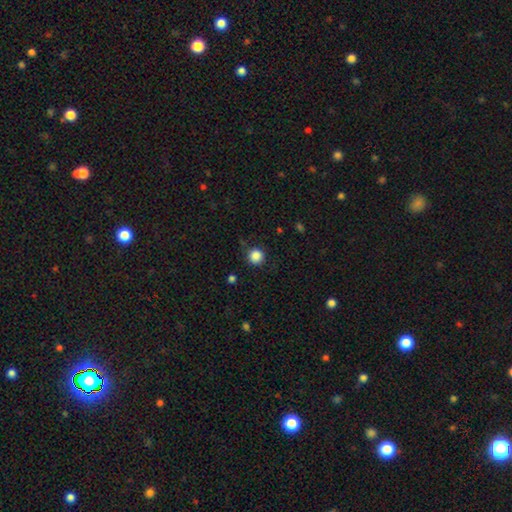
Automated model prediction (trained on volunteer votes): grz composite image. It shows a smooth galaxy with no disk features (86%) that is round (94%). Merging: none (87%).